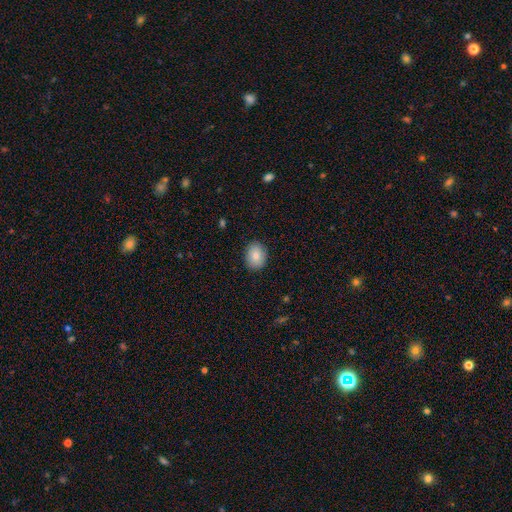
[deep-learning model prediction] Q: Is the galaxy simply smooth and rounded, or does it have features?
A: smooth — 86%.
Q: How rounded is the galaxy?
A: in between — 63%.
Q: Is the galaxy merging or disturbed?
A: none — 88%.